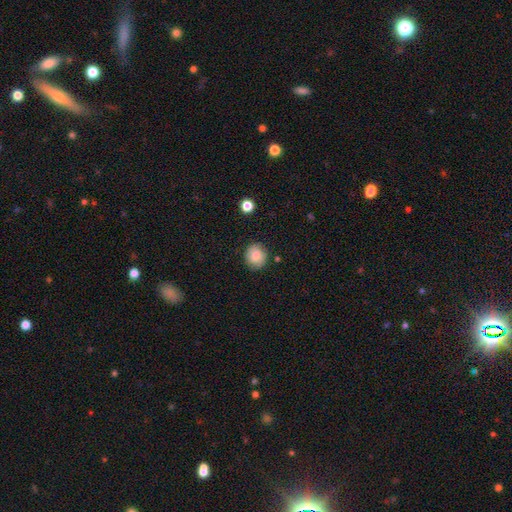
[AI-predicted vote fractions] Morphology: type=smooth (82%); roundness=round (81%); merging=none (83%).